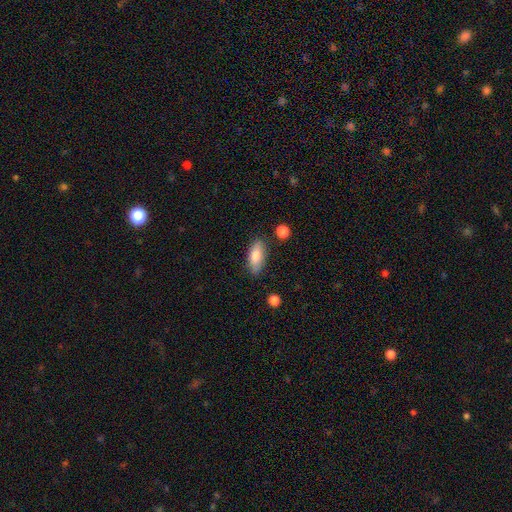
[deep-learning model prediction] Overall: smooth (79%). How rounded: in between (80%). Merging: none (81%).